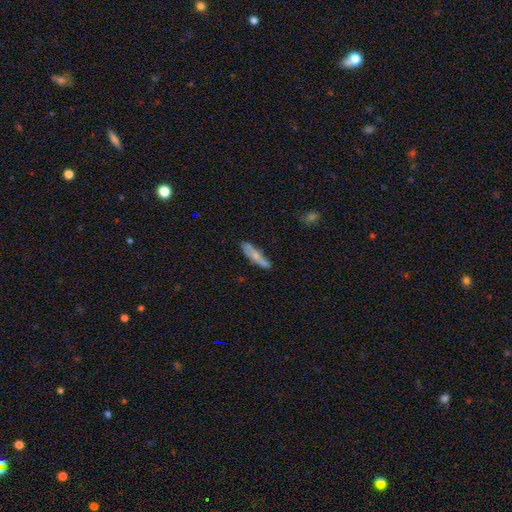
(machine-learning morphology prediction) This is likely a smooth galaxy (63%). How rounded: likely cigar-shaped (77%). Merging: likely none (69%).